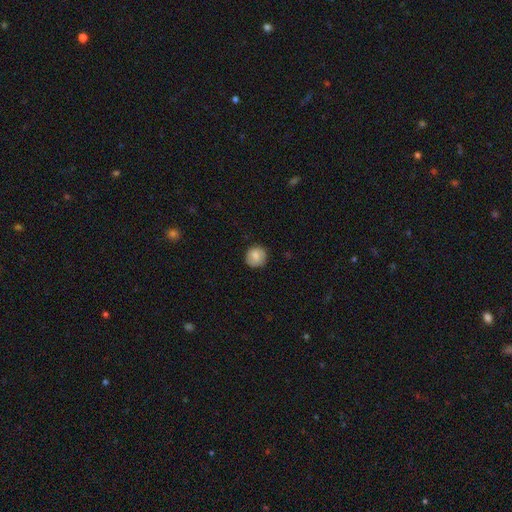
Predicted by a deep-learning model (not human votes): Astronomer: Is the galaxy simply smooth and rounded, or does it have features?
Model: smooth — 79%.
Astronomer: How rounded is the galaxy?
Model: round — 89%.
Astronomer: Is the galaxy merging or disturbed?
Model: none — 83%.